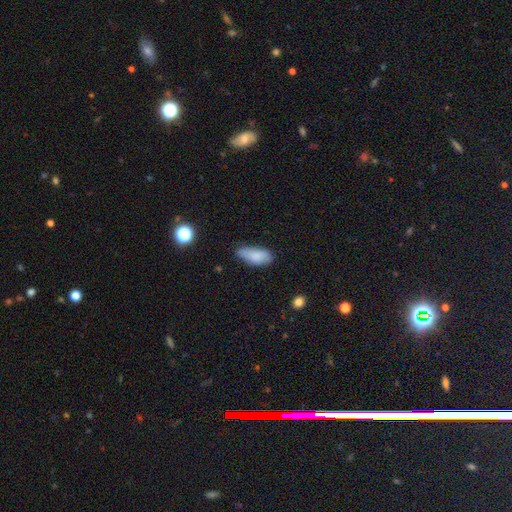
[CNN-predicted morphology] Smooth or featured: smooth — 83% (featured or disk — 10%)
How rounded: in between — 82% (cigar-shaped — 15%)
Merging: none — 58% (minor disturbance — 32%)